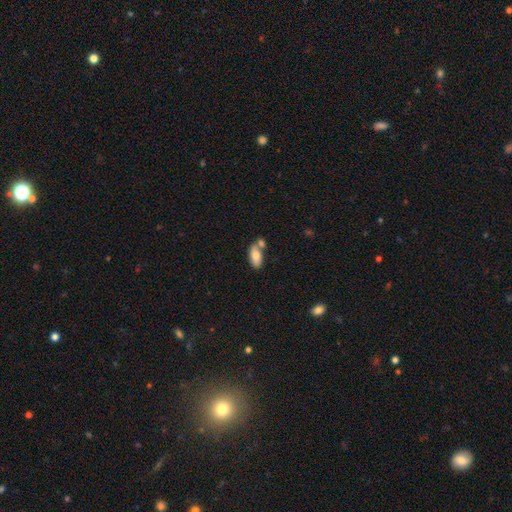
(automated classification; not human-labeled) Smooth or featured: smooth — 76% (featured or disk — 17%)
How rounded: in between — 88% (cigar-shaped — 9%)
Merging: none — 45% (merger — 36%)